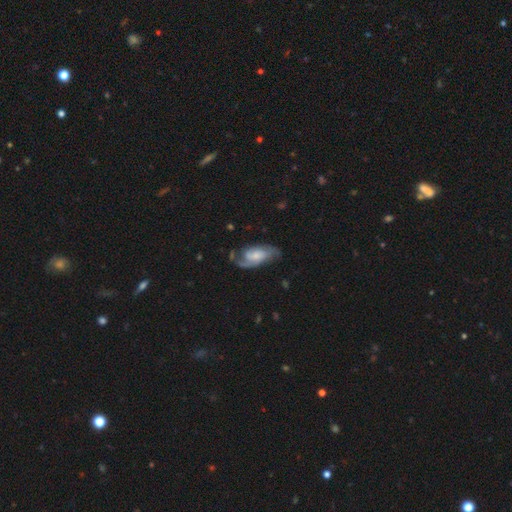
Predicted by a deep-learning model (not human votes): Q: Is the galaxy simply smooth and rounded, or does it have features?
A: featured or disk — 72%.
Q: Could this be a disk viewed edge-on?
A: no — 94%.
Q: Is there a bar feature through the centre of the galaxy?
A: no — 60%.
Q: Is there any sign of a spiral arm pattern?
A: yes — 91%.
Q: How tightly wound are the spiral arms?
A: medium — 45%.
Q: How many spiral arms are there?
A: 2 — 68%.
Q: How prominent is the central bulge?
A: small — 37%.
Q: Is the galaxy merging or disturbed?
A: none — 57%.